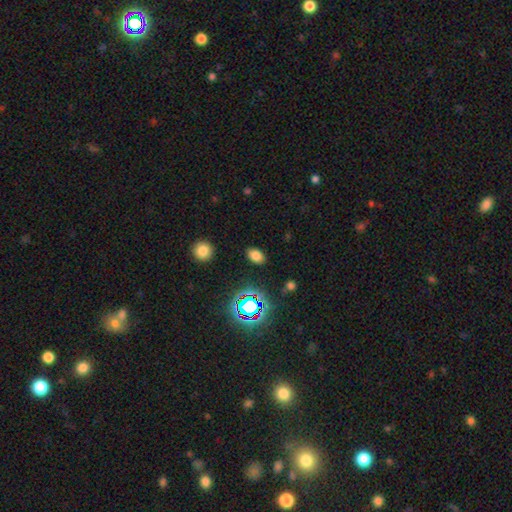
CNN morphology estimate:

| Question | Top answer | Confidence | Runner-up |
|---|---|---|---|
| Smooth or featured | smooth | 74% | star or artifact (20%) |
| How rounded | in between | 86% | round (13%) |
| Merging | none | 87% | minor disturbance (9%) |